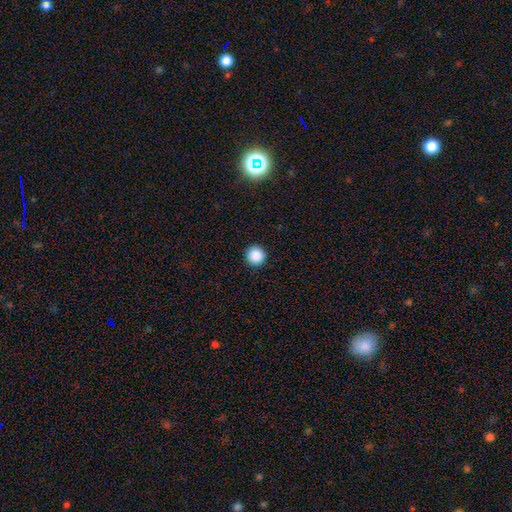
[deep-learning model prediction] Morphology: type=smooth (88%); roundness=round (96%); merging=none (93%).